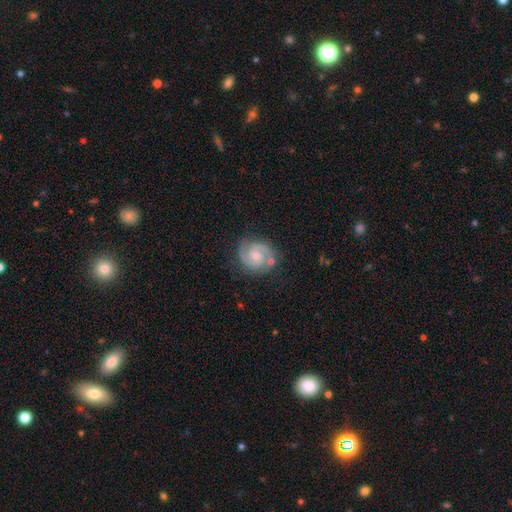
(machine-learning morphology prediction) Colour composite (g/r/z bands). It shows a featured or disk galaxy (86%) with no bar (60%), 2 (88%) medium (47%) spiral arms (98%) and a small central bulge (53%). Merging: none (76%).